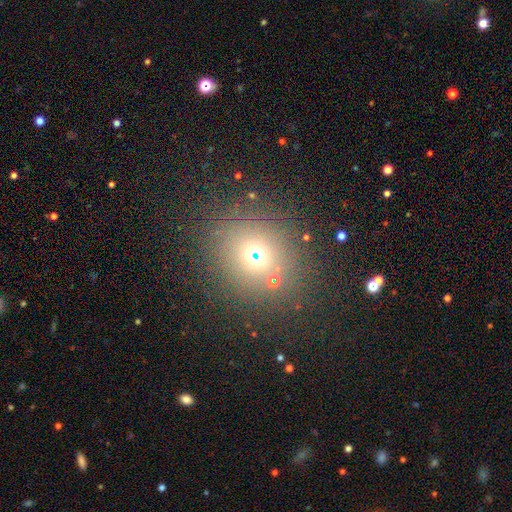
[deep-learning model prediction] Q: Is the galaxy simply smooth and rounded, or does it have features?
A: smooth — 53%.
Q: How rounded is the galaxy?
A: round — 79%.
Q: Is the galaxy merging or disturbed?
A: none — 79%.